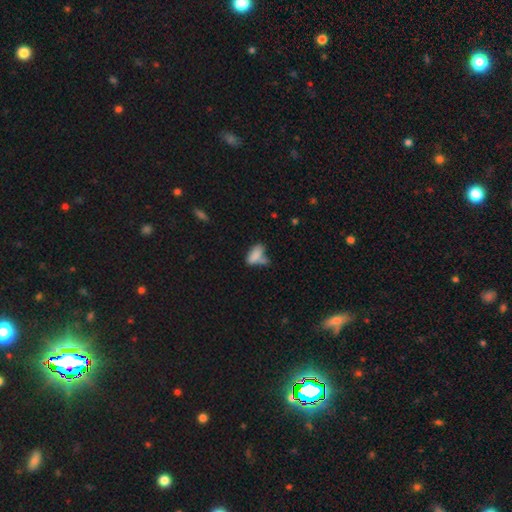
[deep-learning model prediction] Morphology: type=smooth (79%); roundness=in between (83%); merging=none (40%).